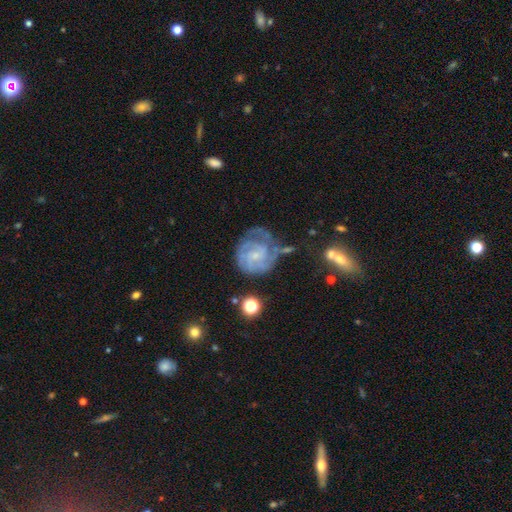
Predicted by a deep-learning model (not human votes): Q: Smooth or featured?
A: featured or disk (81%); runner-up: smooth (12%)
Q: Edge-on disk?
A: no (98%); runner-up: yes (2%)
Q: Bar?
A: no (54%); runner-up: weak (39%)
Q: Spiral arms?
A: yes (94%); runner-up: no (6%)
Q: Spiral winding?
A: tight (61%); runner-up: medium (32%)
Q: Spiral arm count?
A: can't tell (31%); runner-up: 3 (27%)
Q: Bulge size?
A: small (71%); runner-up: moderate (15%)
Q: Merging?
A: none (54%); runner-up: minor disturbance (24%)